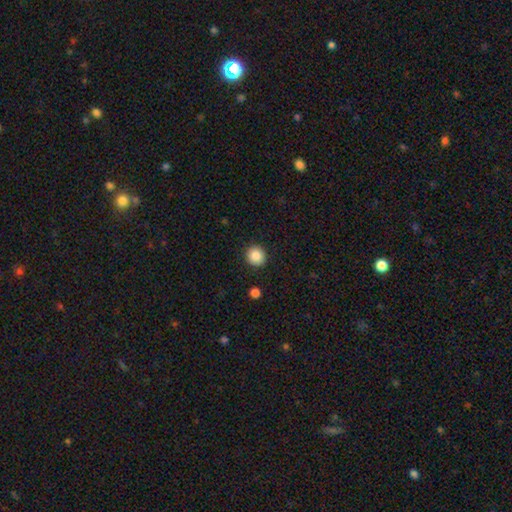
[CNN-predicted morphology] Smooth or featured? Predicted: smooth (p=0.88). How rounded? Predicted: round (p=0.92). Merging? Predicted: none (p=0.91).